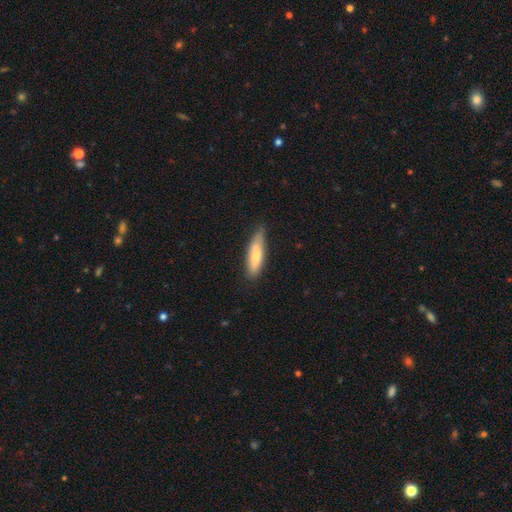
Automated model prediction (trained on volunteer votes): Overall: smooth (76%). How rounded: cigar-shaped (65%; in between 34%). Merging: none (63%; minor disturbance 30%).